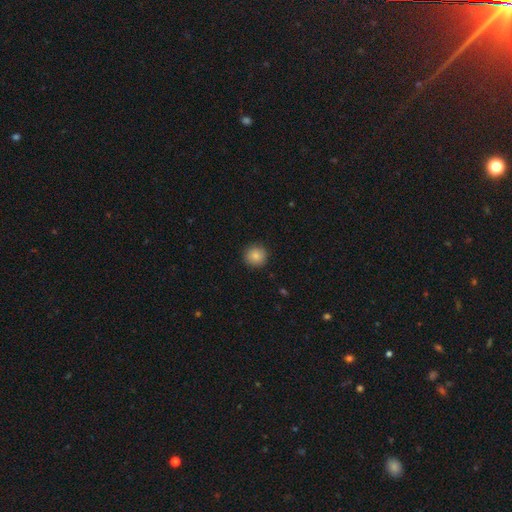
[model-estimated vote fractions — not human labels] Morphology: type=smooth (85%); roundness=round (94%); merging=none (91%).